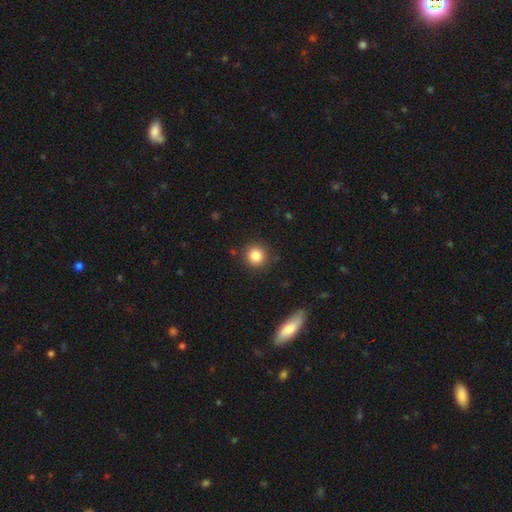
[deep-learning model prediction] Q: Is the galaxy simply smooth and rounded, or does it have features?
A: smooth — 84%.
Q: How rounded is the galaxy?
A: round — 93%.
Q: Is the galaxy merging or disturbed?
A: none — 88%.